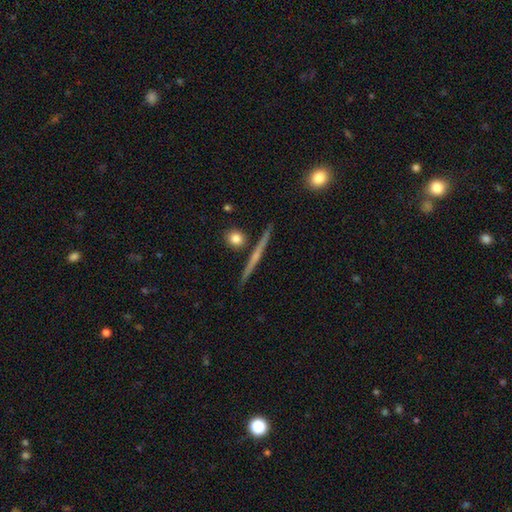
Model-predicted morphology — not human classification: smooth-or-featured: featured or disk: 66% | smooth: 28% | star or artifact: 7%
  disk-edge-on: yes: 98% | no: 2%
    edge-on-bulge: none: 63% | rounded: 30% | boxy: 7%
  merging: none: 89% | minor disturbance: 6% | merger: 3% | major disturbance: 2%